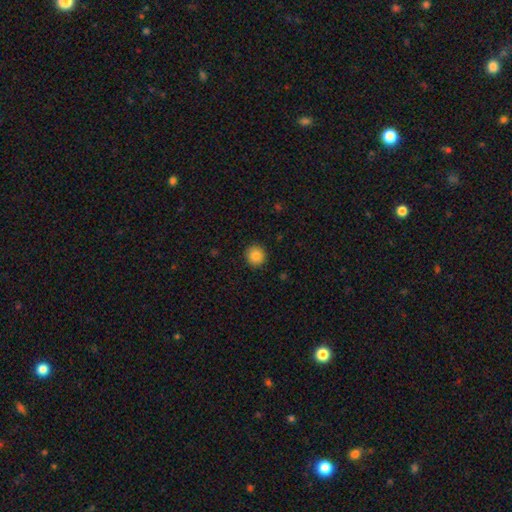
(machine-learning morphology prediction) smooth_or_featured: smooth (p=0.86) [alt: star or artifact p=0.09]
how_rounded: round (p=0.93) [alt: in between p=0.06]
merging: none (p=0.92) [alt: minor disturbance p=0.06]